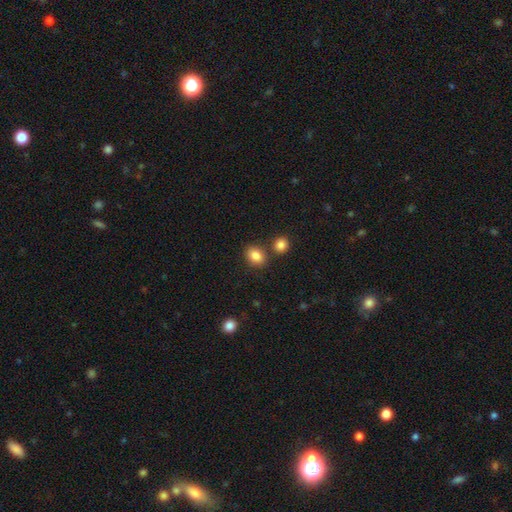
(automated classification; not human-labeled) Overall: smooth (85%). How rounded: in between (59%; round 40%). Merging: none (73%).